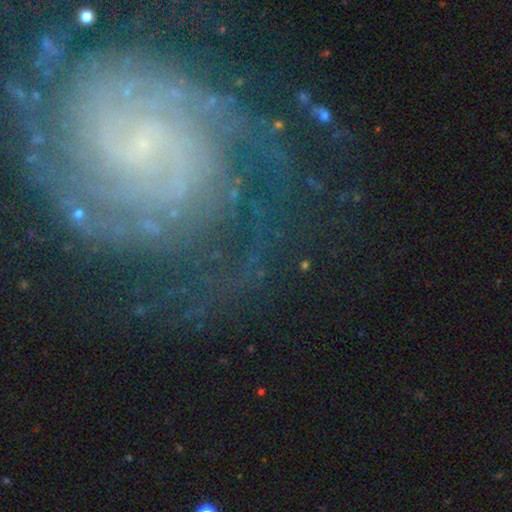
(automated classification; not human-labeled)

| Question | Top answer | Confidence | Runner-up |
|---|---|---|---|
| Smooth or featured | featured or disk | 86% | star or artifact (8%) |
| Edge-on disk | no | 97% | yes (3%) |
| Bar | no | 62% | weak (29%) |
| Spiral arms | yes | 97% | no (3%) |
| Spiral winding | tight | 69% | medium (25%) |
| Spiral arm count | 2 | 32% | can't tell (24%) |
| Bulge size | small | 80% | none (11%) |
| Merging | none | 73% | minor disturbance (14%) |